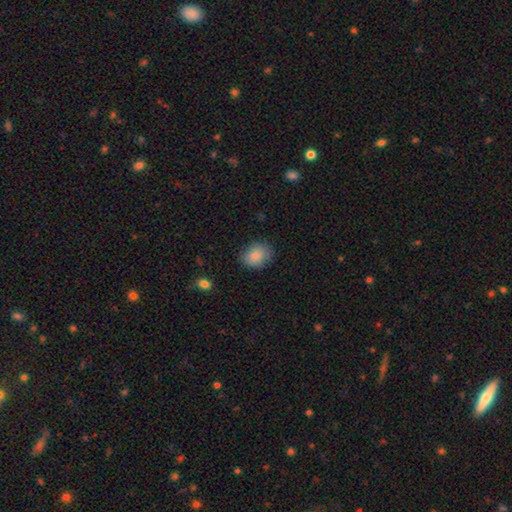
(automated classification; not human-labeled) This is clearly a smooth galaxy (86%). How rounded: possibly in between (54%). Merging: likely none (77%).